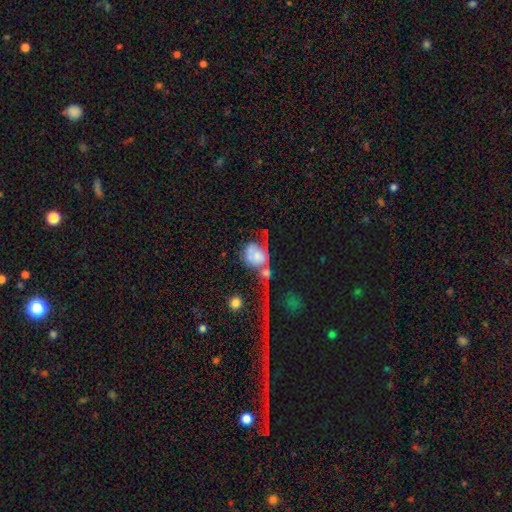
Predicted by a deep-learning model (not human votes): Overall: smooth (47%; featured or disk 42%). Merging: merger (38%; major disturbance 32%).